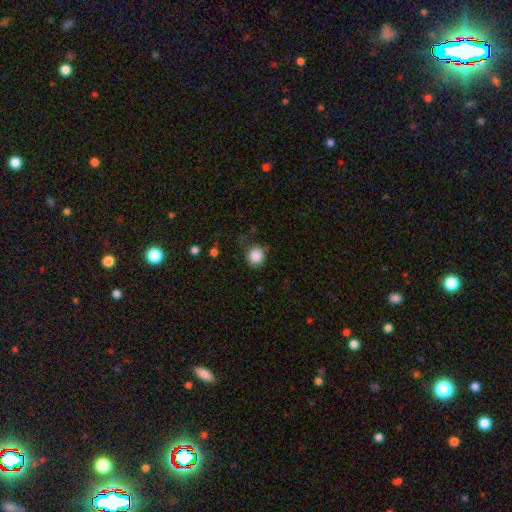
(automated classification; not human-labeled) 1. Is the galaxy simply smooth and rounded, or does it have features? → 88% smooth, 9% star or artifact, 4% featured or disk.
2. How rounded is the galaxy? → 91% round, 8% in between, 1% cigar-shaped.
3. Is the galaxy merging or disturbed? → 74% none, 18% minor disturbance, 5% major disturbance, 2% merger.